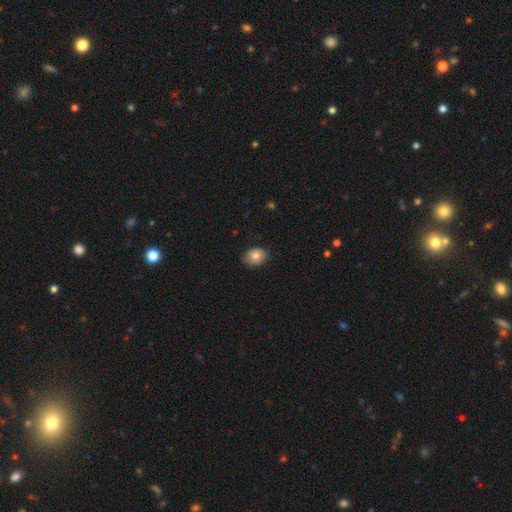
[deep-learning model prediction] Smooth or featured? Predicted: smooth (p=0.81). How rounded? Predicted: in between (p=0.63). Merging? Predicted: none (p=0.82).